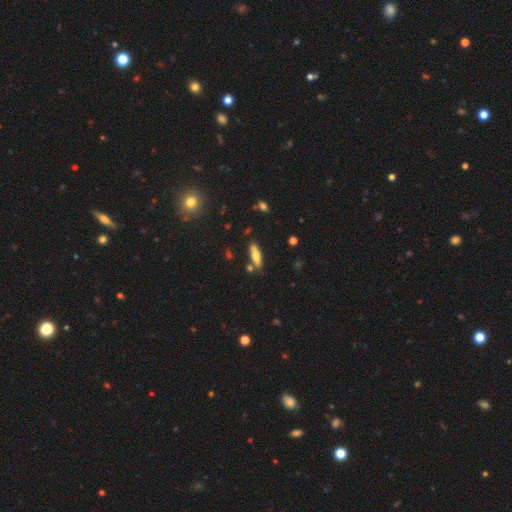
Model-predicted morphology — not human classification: A smooth galaxy with no disk features (69%) that is cigar-shaped (63%).

Vote fractions:
- Smooth or featured? smooth: 69% / featured or disk: 23% / star or artifact: 8%
- How rounded? cigar-shaped: 63% / in between: 35% / round: 2%
- Merging? none: 74% / minor disturbance: 15% / merger: 8% / major disturbance: 3%